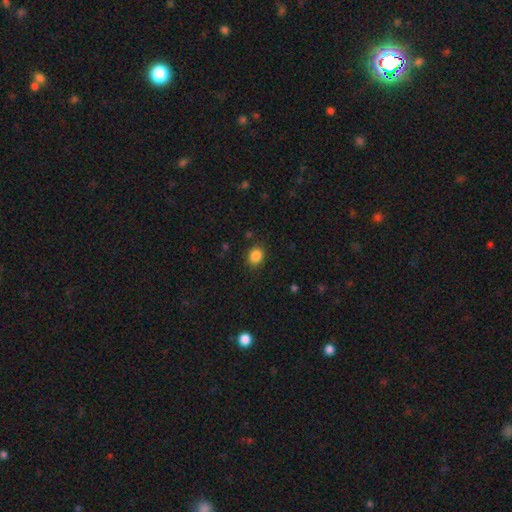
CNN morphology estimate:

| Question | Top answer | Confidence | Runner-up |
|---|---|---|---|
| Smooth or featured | smooth | 86% | star or artifact (11%) |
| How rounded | round | 62% | in between (37%) |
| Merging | none | 86% | minor disturbance (10%) |